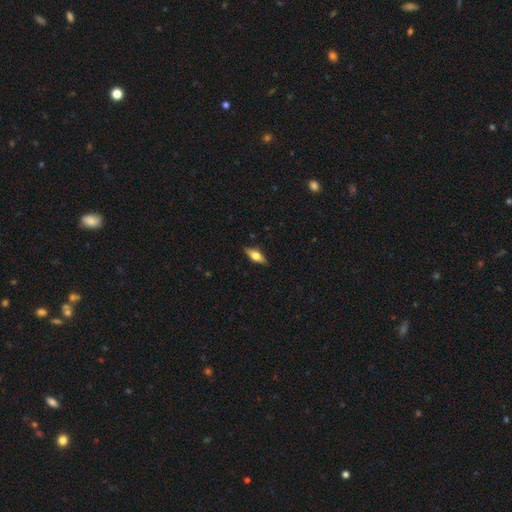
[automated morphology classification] Smooth or featured?
  - smooth: 53% *
  - featured or disk: 41%
  - star or artifact: 7%
How rounded?
  - in between: 72% *
  - cigar-shaped: 25%
  - round: 4%
Merging?
  - none: 87% *
  - minor disturbance: 10%
  - major disturbance: 2%
  - merger: 1%